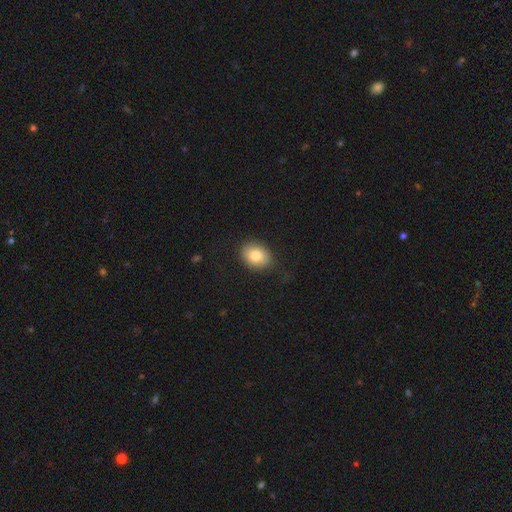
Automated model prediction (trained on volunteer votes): Overall: smooth (81%). How rounded: in between (58%; round 41%). Merging: none (81%).